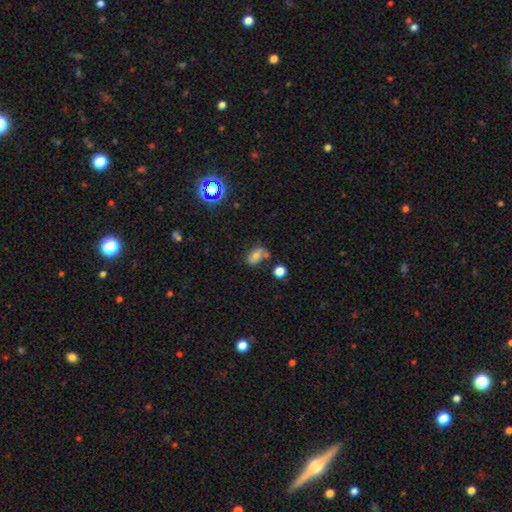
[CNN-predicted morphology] Smooth or featured? Predicted: smooth (p=0.66). How rounded? Predicted: in between (p=0.80). Merging? Predicted: none (p=0.54).